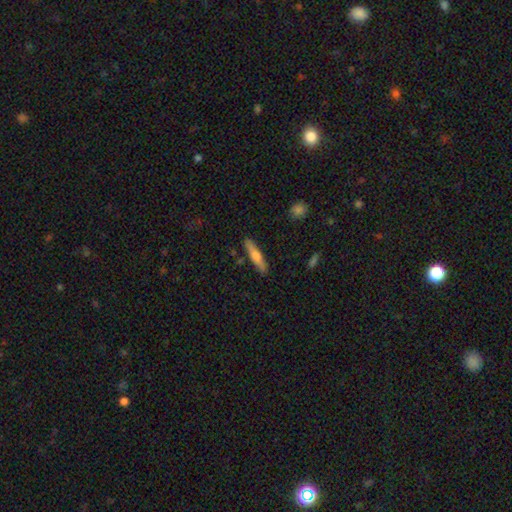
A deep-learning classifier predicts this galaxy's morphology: smooth-or-featured: smooth: 66% | featured or disk: 28% | star or artifact: 6%
  how-rounded: cigar-shaped: 86% | in between: 12% | round: 2%
  merging: none: 85% | minor disturbance: 11% | major disturbance: 2% | merger: 2%